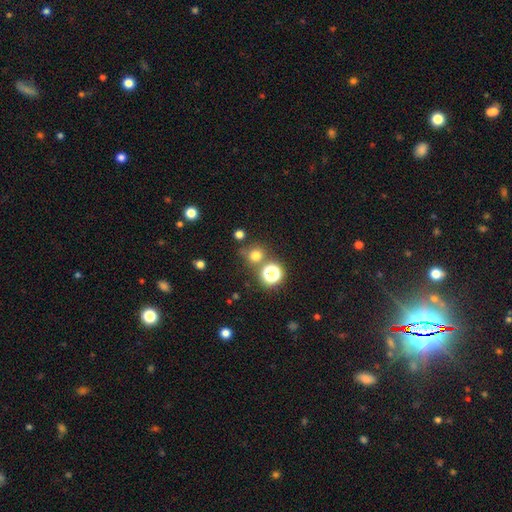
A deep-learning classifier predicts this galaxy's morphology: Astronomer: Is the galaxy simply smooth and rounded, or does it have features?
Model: smooth — 69%.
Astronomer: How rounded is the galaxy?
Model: round — 89%.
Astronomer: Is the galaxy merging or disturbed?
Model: none — 72%.